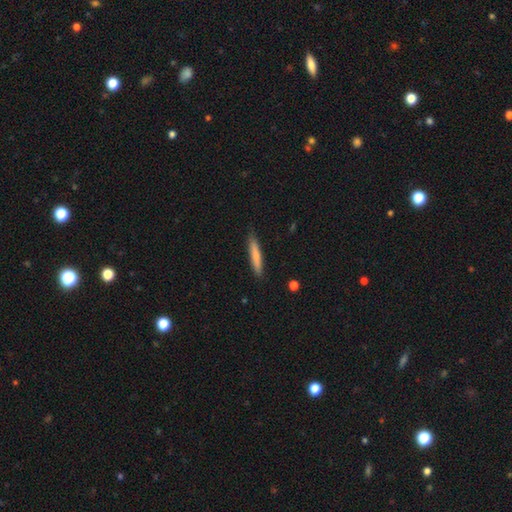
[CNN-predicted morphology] Smooth or featured? smooth (75%)
How rounded? cigar-shaped (92%)
Merging? none (86%)